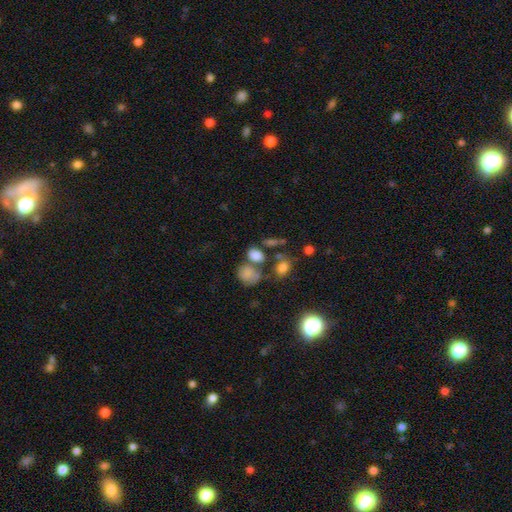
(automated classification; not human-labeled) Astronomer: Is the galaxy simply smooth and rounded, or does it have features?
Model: smooth — 78%.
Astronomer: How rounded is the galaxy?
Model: in between — 61% (runner-up: round, 37%).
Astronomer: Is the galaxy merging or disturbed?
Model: none — 48% (runner-up: merger, 31%).